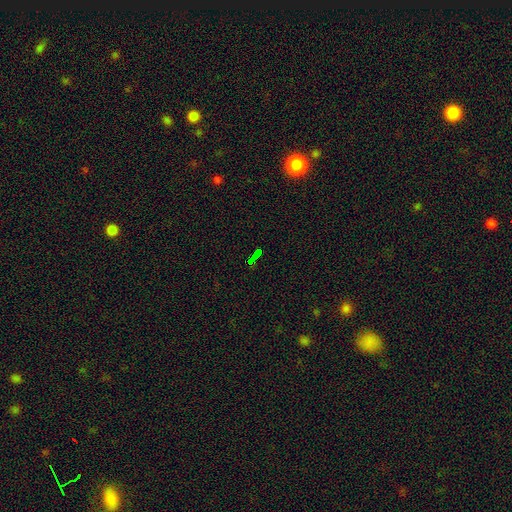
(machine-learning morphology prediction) This is likely a star or artifact rather than a galaxy (60%).